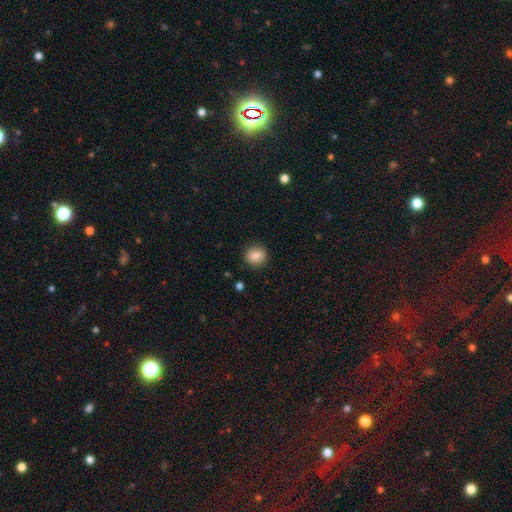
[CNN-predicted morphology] Q: Smooth or featured?
A: smooth (84%); runner-up: star or artifact (9%)
Q: How rounded?
A: round (85%); runner-up: in between (14%)
Q: Merging?
A: none (89%); runner-up: minor disturbance (7%)